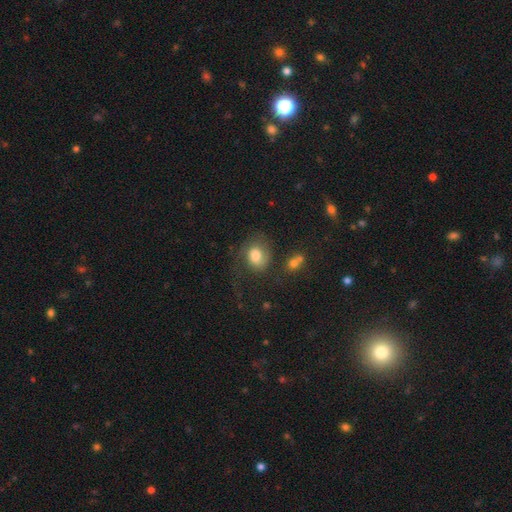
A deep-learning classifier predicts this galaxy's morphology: This appears to be a smooth galaxy with no disk features (66%) that is round (56%). Merging: none (48%).